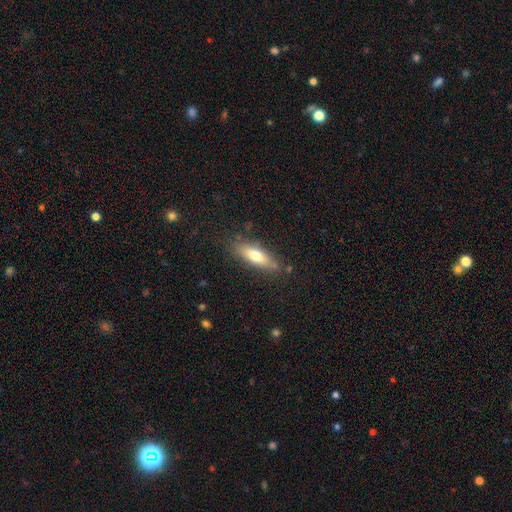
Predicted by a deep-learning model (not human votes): smooth_or_featured: smooth (p=0.67) [alt: featured or disk p=0.25]
how_rounded: in between (p=0.51) [alt: cigar-shaped p=0.46]
merging: none (p=0.79) [alt: minor disturbance p=0.14]